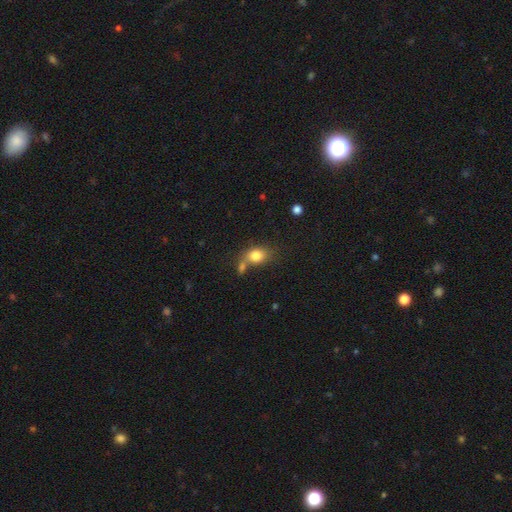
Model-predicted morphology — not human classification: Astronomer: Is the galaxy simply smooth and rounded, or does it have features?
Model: smooth — 82%.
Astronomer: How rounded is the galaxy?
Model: in between — 63%.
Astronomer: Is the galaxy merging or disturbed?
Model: none — 47% (runner-up: merger, 31%).